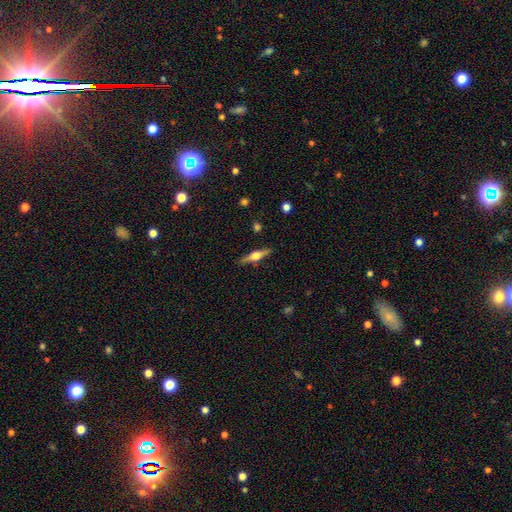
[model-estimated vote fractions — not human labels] Overall: featured or disk (68%). Edge-on disk: yes (97%). Edge-on bulge: rounded (92%). Merging: none (88%).